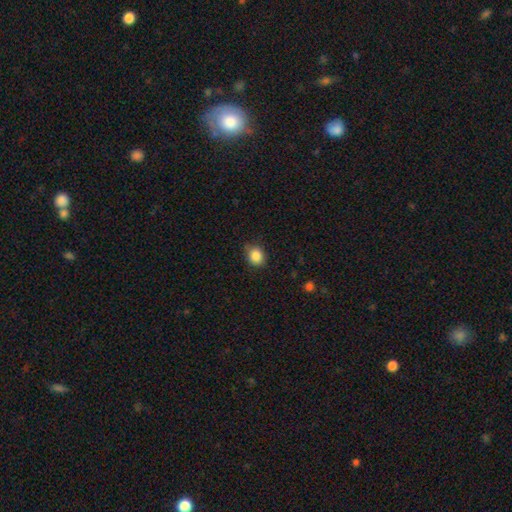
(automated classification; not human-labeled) Smooth or featured? Predicted: smooth (p=0.86). How rounded? Predicted: round (p=0.69). Merging? Predicted: none (p=0.80).